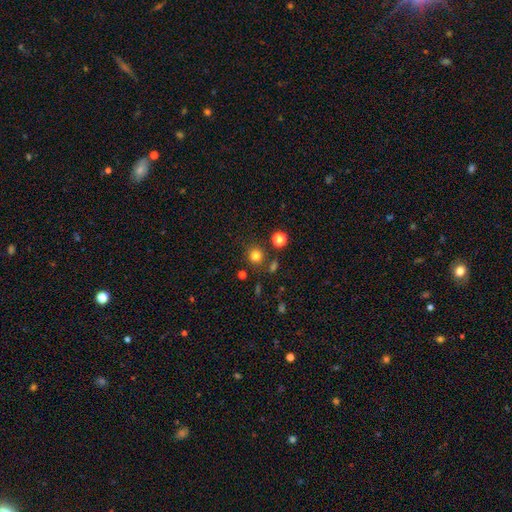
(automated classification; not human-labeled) Smooth or featured? Predicted: smooth (p=0.79). How rounded? Predicted: round (p=0.89). Merging? Predicted: none (p=0.81).